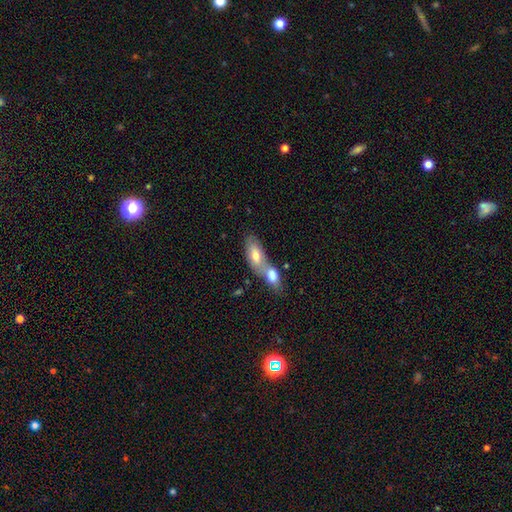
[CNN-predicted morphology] Smooth or featured? Predicted: smooth (p=0.68). How rounded? Predicted: in between (p=0.80). Merging? Predicted: merger (p=0.65).